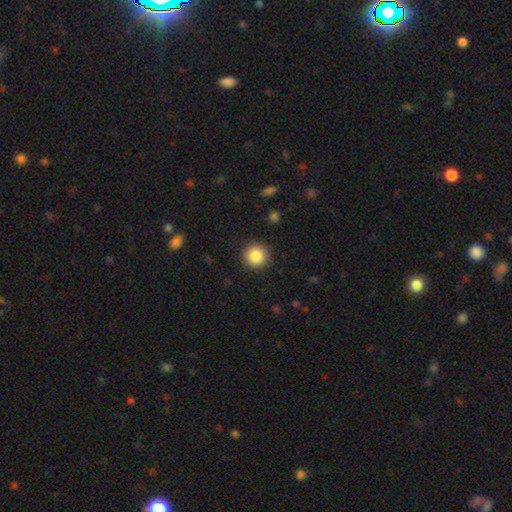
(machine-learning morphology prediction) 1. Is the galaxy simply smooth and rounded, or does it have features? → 87% smooth, 9% star or artifact, 4% featured or disk.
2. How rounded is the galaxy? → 95% round, 4% in between, 1% cigar-shaped.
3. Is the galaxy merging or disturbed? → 91% none, 6% minor disturbance, 2% major disturbance, 1% merger.